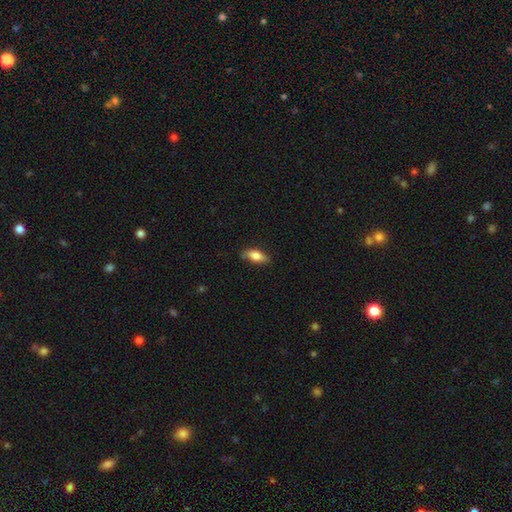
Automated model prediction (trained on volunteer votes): The model was most divided on "how rounded": in between: 77%, cigar-shaped: 20%, round: 3%. More confident: smooth or featured — smooth (78%); merging — none (77%).